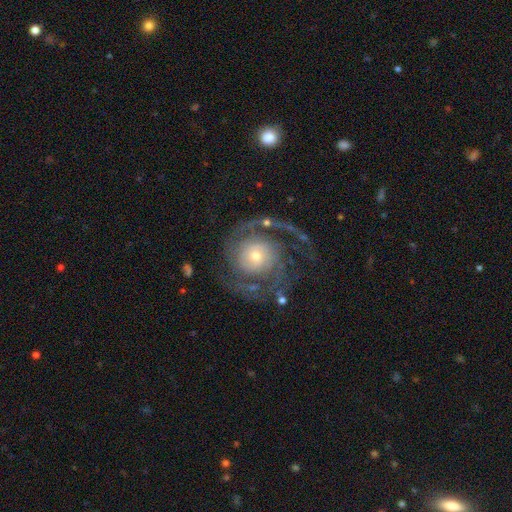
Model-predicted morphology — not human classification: Smooth or featured? featured or disk (88%)
Edge-on disk? no (98%)
Bar? no (74%)
Spiral arms? yes (96%)
Spiral winding? tight (43%)
Spiral arm count? 2 (65%)
Bulge size? small (52%)
Merging? none (66%)